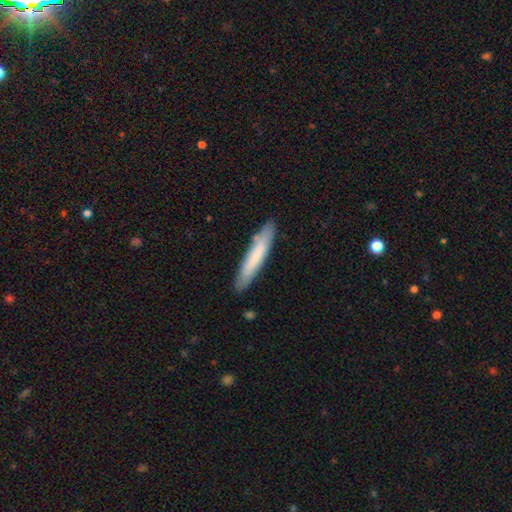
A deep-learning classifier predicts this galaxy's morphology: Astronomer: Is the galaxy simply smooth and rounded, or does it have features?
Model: smooth — 71%.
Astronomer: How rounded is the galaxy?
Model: cigar-shaped — 92%.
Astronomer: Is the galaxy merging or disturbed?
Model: none — 86%.